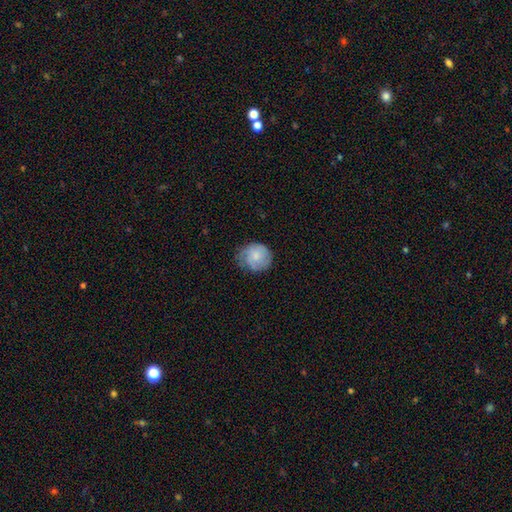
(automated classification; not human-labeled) Smooth or featured?
  - smooth: 62% *
  - featured or disk: 31%
  - star or artifact: 7%
How rounded?
  - round: 80% *
  - in between: 19%
  - cigar-shaped: 1%
Merging?
  - none: 60% *
  - minor disturbance: 29%
  - major disturbance: 9%
  - merger: 1%